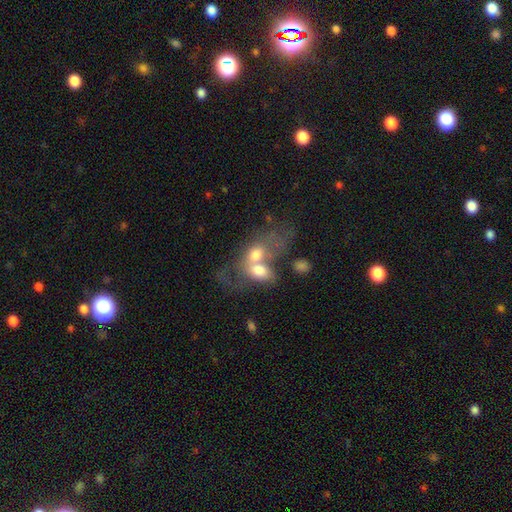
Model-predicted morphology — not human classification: Overall: smooth (46%; featured or disk 41%). Merging: merger (75%).